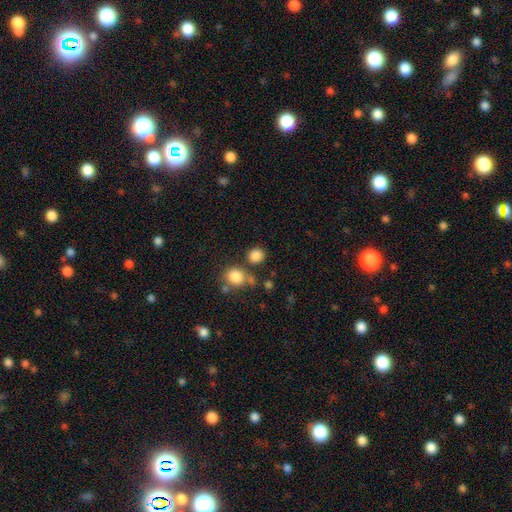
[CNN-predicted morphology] Overall: smooth (84%). How rounded: round (86%). Merging: none (75%).